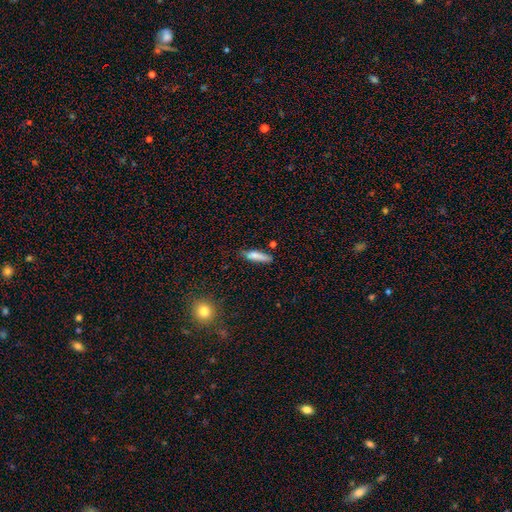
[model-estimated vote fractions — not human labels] A smooth galaxy with no disk features (79%) that is cigar-shaped (72%). Merging: none (66%).